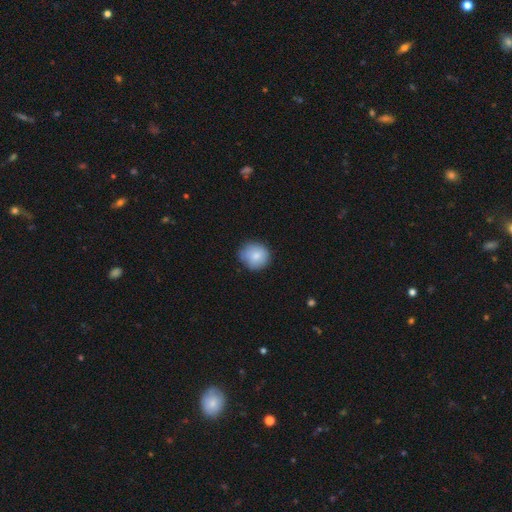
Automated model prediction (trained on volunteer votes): smooth 82%, featured or disk 10%, star or artifact 8%. Down the decision tree: how rounded — round (84%); merging — none (72%).